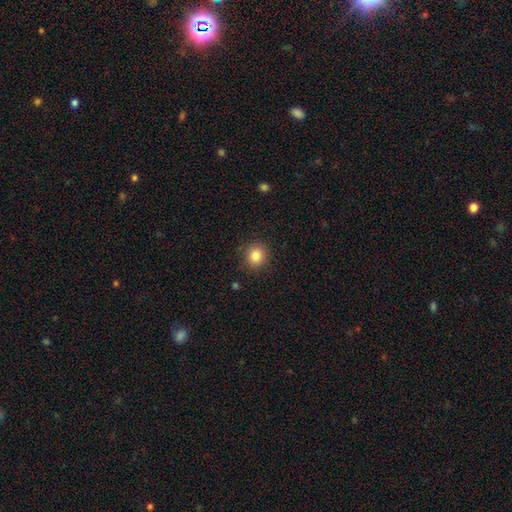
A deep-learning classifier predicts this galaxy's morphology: Smooth or featured: smooth — 85% (star or artifact — 10%)
How rounded: round — 87% (in between — 12%)
Merging: none — 88% (minor disturbance — 8%)